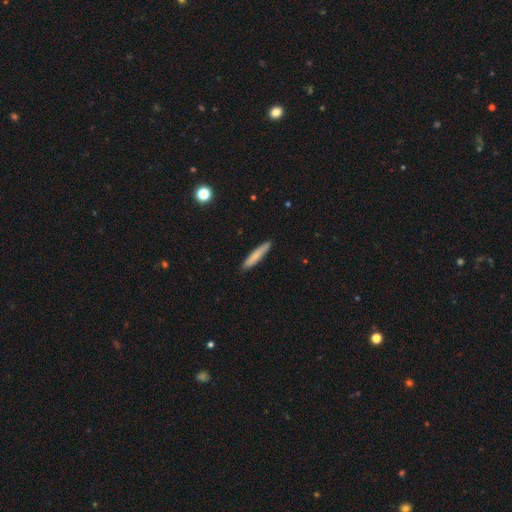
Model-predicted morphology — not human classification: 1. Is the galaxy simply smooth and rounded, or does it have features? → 77% smooth, 17% featured or disk, 6% star or artifact.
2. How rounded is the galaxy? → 92% cigar-shaped, 7% in between, 1% round.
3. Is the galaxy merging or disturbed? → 89% none, 9% minor disturbance, 1% major disturbance, 1% merger.